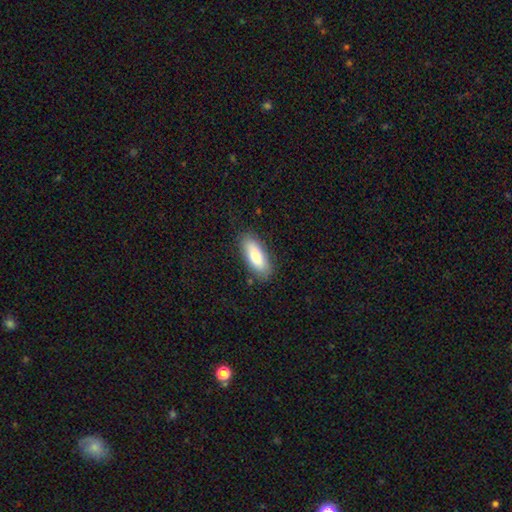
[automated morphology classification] A smooth galaxy with no disk features (80%) that is in between round and cigar-shaped (75%).

Vote fractions:
- Smooth or featured? smooth: 80% / featured or disk: 14% / star or artifact: 6%
- How rounded? in between: 75% / cigar-shaped: 23% / round: 2%
- Merging? none: 83% / minor disturbance: 12% / major disturbance: 3% / merger: 1%